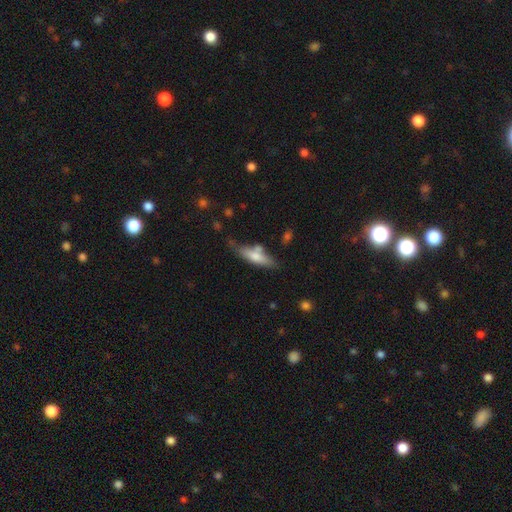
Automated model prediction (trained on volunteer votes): smooth_or_featured: smooth (p=0.63) [alt: featured or disk p=0.30]
how_rounded: cigar-shaped (p=0.62) [alt: in between p=0.36]
merging: none (p=0.59) [alt: minor disturbance p=0.22]